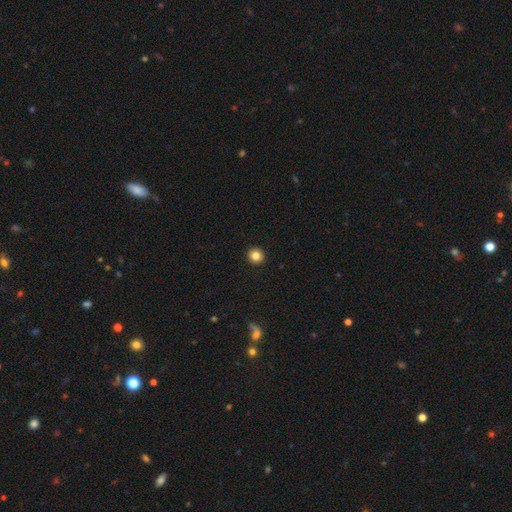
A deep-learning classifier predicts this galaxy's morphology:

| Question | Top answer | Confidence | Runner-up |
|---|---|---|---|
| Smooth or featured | smooth | 84% | star or artifact (11%) |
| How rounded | round | 95% | in between (4%) |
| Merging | none | 94% | minor disturbance (4%) |